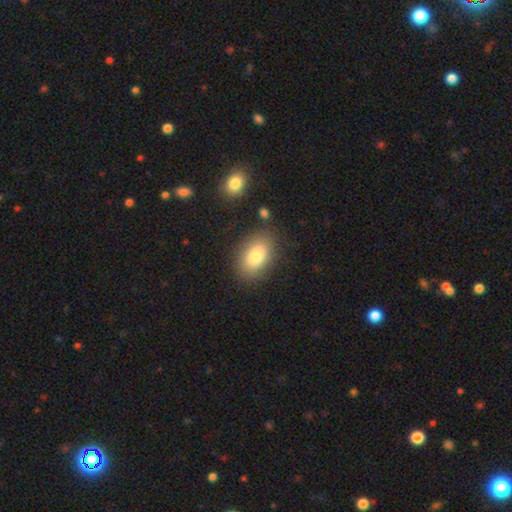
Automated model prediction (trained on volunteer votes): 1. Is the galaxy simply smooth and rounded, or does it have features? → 82% smooth, 10% featured or disk, 8% star or artifact.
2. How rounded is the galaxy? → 88% in between, 11% round, 2% cigar-shaped.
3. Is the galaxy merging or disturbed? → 82% none, 11% minor disturbance, 4% major disturbance, 3% merger.